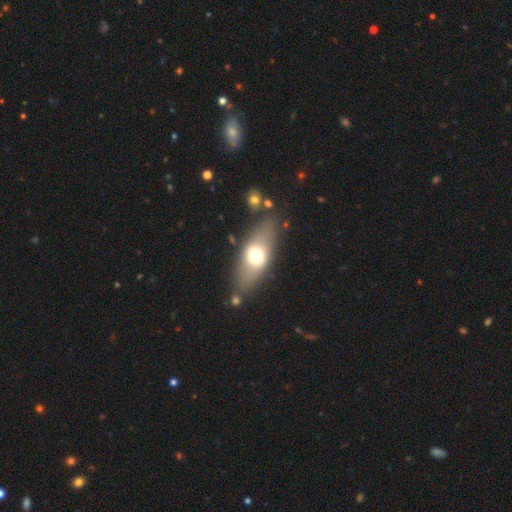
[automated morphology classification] smooth 62%, featured or disk 31%, star or artifact 8%. Down the decision tree: how rounded — in between (70%); merging — none (78%).